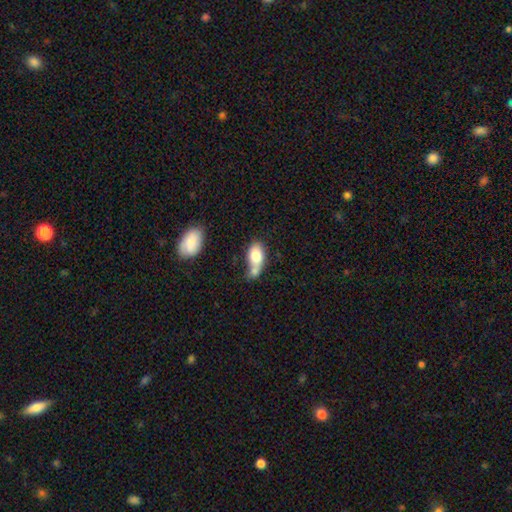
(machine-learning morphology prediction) Smooth or featured? Predicted: smooth (p=0.77). How rounded? Predicted: in between (p=0.86). Merging? Predicted: merger (p=0.52).